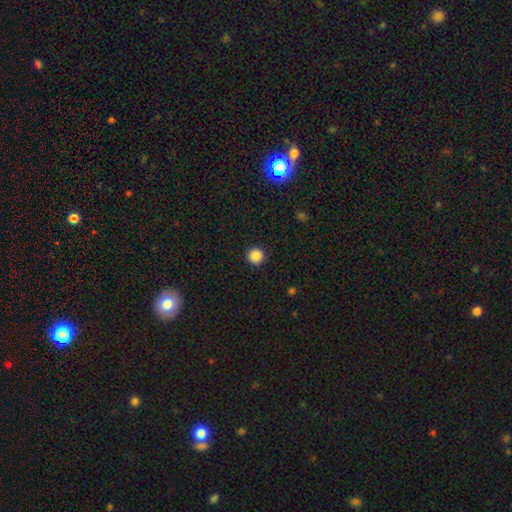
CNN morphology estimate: type=smooth (87%); roundness=round (96%); merging=none (93%).